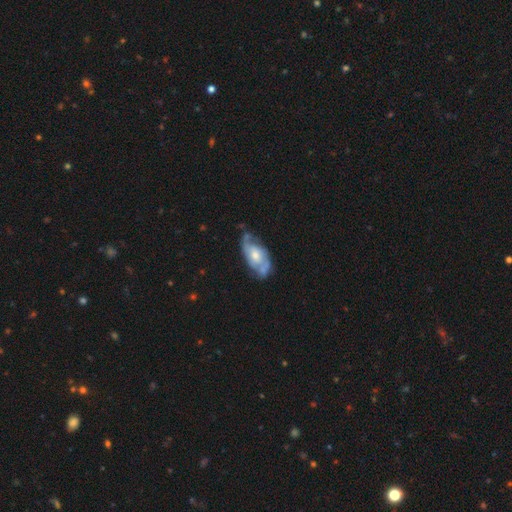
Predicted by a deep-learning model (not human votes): smooth_or_featured: featured or disk (p=0.66) [alt: smooth p=0.29]
disk_edge_on: no (p=0.92) [alt: yes p=0.08]
bar: no (p=0.71) [alt: weak p=0.24]
has_spiral_arms: yes (p=0.74) [alt: no p=0.26]
bulge_size: moderate (p=0.54) [alt: small p=0.36]
merging: none (p=0.48) [alt: minor disturbance p=0.30]